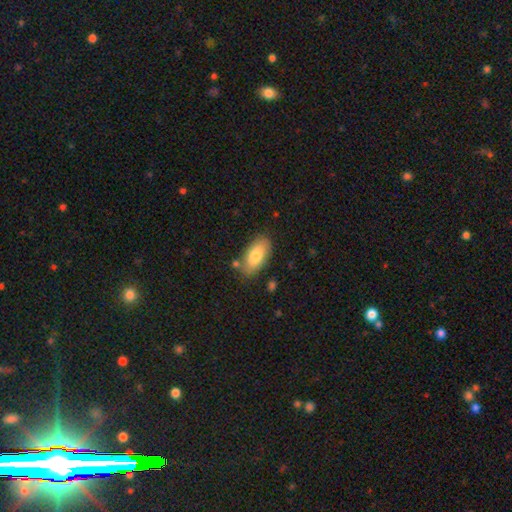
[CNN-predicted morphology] Overall: smooth (78%). How rounded: in between (90%). Merging: none (78%).